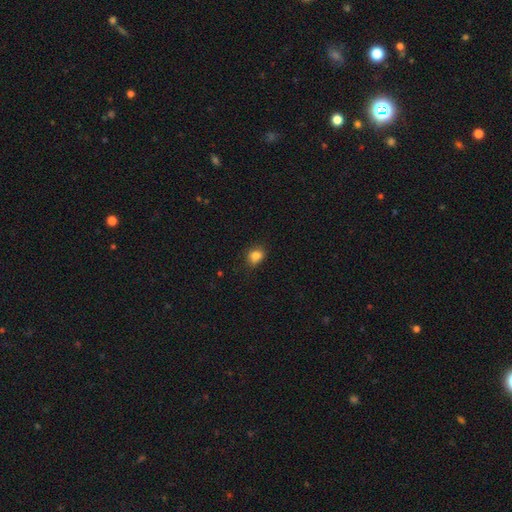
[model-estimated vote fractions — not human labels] Smooth or featured?
  - smooth: 82% *
  - star or artifact: 11%
  - featured or disk: 6%
How rounded?
  - round: 56% *
  - in between: 43%
  - cigar-shaped: 1%
Merging?
  - none: 72% *
  - minor disturbance: 22%
  - major disturbance: 4%
  - merger: 2%